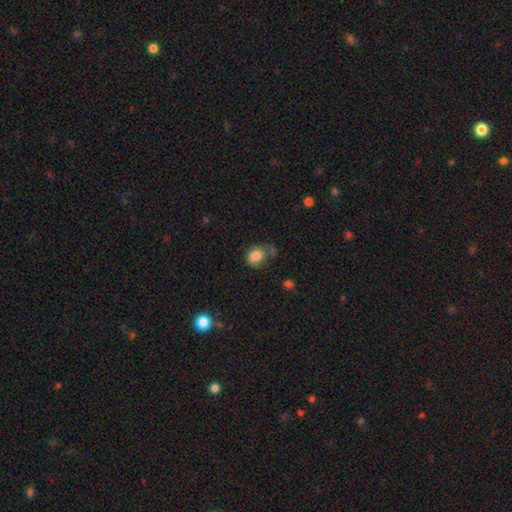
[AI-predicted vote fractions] A smooth galaxy with no disk features (78%) that is in between round and cigar-shaped (57%). Merging: none (36%).